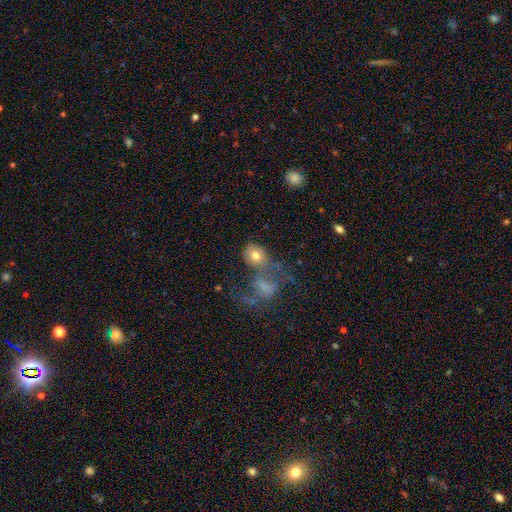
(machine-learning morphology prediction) smooth 70%, featured or disk 20%, star or artifact 10%. Down the decision tree: how rounded — round (56%); merging — merger (43%).